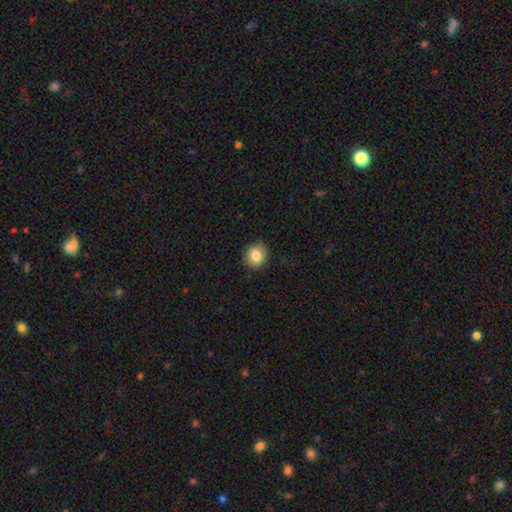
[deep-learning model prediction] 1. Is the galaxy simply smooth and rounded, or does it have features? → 84% smooth, 9% star or artifact, 7% featured or disk.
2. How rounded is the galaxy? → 76% round, 23% in between, 1% cigar-shaped.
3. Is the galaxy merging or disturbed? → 89% none, 8% minor disturbance, 2% major disturbance, 1% merger.